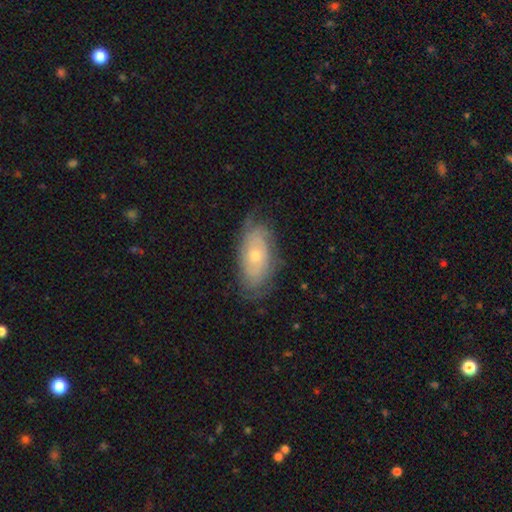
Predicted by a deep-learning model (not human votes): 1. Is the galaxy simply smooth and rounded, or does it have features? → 65% featured or disk, 28% smooth, 7% star or artifact.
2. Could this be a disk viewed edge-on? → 91% no, 9% yes.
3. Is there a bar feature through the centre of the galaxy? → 83% no, 14% weak, 3% strong.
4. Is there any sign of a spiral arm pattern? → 80% yes, 20% no.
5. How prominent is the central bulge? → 53% small, 43% moderate, 2% large, 1% none, 1% dominant.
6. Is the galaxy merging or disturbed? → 70% none, 21% minor disturbance, 7% major disturbance, 1% merger.